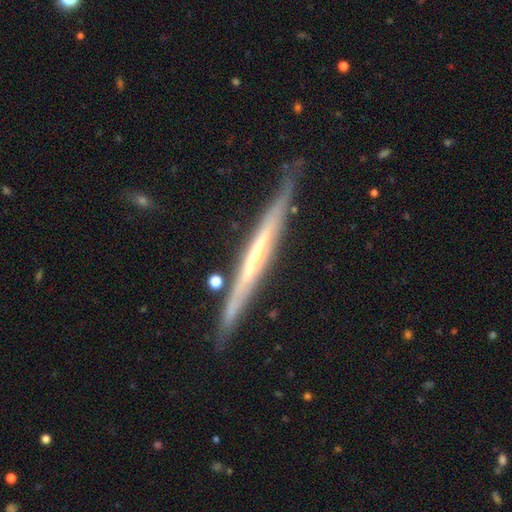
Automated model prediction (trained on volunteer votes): Smooth or featured?
  - featured or disk: 77% *
  - smooth: 17%
  - star or artifact: 6%
Edge-on disk?
  - yes: 95% *
  - no: 5%
Edge-on bulge?
  - none: 54% *
  - rounded: 40%
  - boxy: 6%
Merging?
  - none: 82% *
  - minor disturbance: 13%
  - merger: 2%
  - major disturbance: 2%